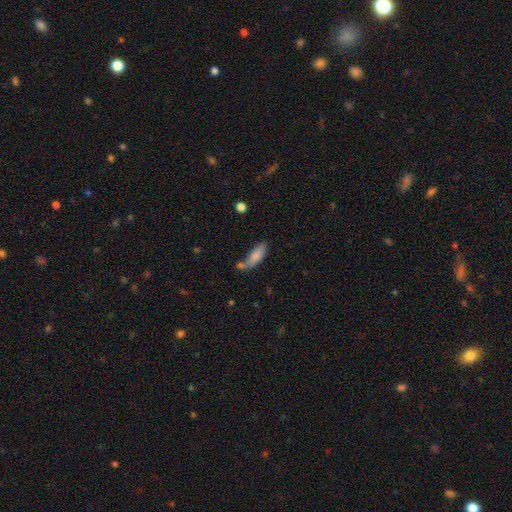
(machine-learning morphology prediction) A smooth galaxy with no disk features (80%) that is in between round and cigar-shaped (61%).

Vote fractions:
- Smooth or featured? smooth: 80% / featured or disk: 13% / star or artifact: 7%
- How rounded? in between: 61% / cigar-shaped: 37% / round: 2%
- Merging? none: 50% / minor disturbance: 23% / merger: 19% / major disturbance: 8%